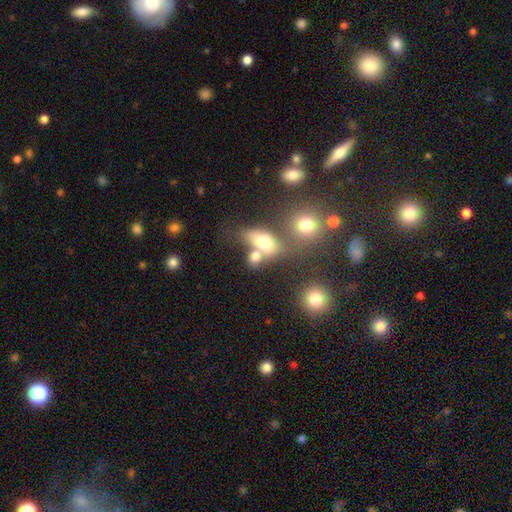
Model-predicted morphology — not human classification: smooth_or_featured: smooth (p=0.72) [alt: star or artifact p=0.14]
how_rounded: in between (p=0.70) [alt: round p=0.25]
merging: merger (p=0.43) [alt: none p=0.37]